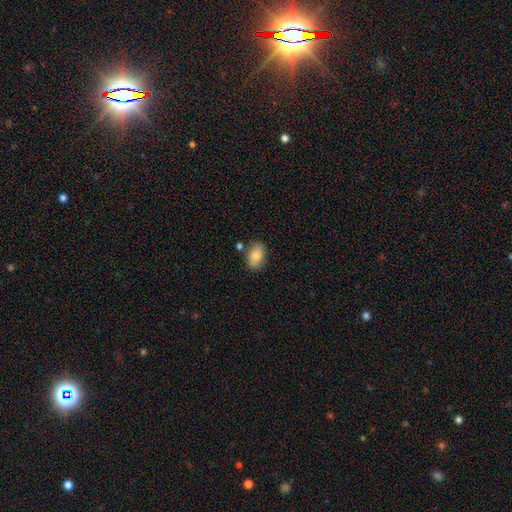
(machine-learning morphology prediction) Smooth or featured: smooth — 85% (featured or disk — 8%)
How rounded: in between — 90% (round — 9%)
Merging: none — 77% (minor disturbance — 14%)